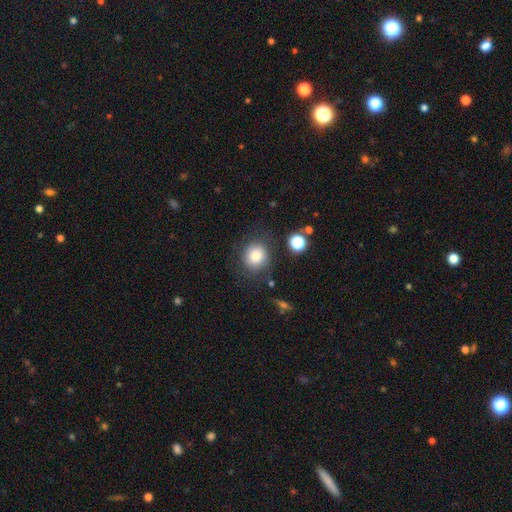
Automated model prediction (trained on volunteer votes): A smooth galaxy with no disk features (81%) that is round (82%). Merging: none (76%).